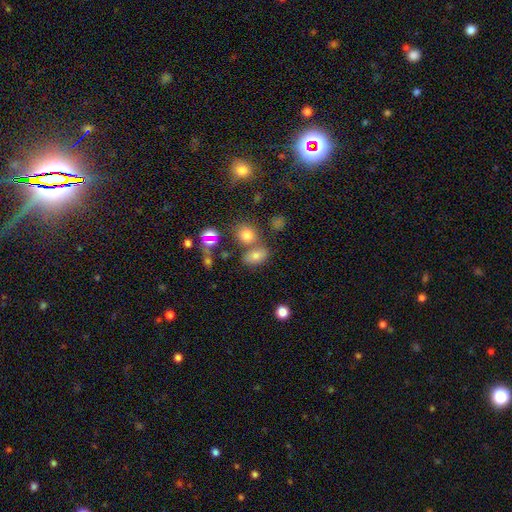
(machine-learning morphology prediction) Smooth or featured: smooth — 70% (star or artifact — 18%)
How rounded: in between — 77% (round — 21%)
Merging: none — 57% (merger — 26%)